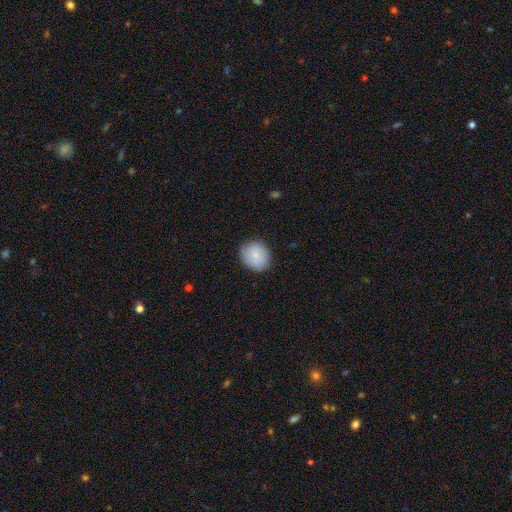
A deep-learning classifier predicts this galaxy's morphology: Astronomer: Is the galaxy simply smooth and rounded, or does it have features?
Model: smooth — 82%.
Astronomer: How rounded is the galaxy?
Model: round — 75%.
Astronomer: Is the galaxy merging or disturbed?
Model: none — 84%.